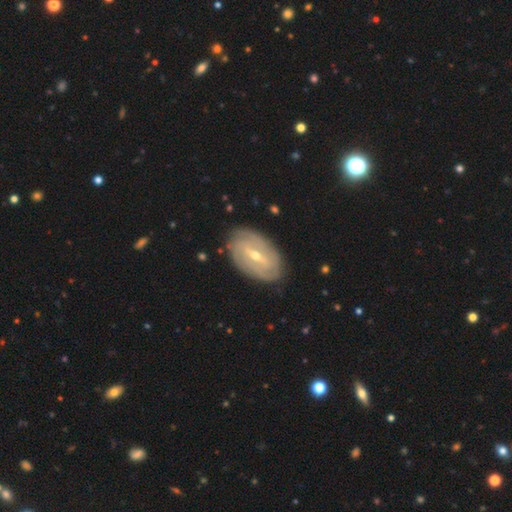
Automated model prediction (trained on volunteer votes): smooth-or-featured: featured or disk: 80% | smooth: 14% | star or artifact: 6%
  disk-edge-on: no: 93% | yes: 7%
    bar: strong: 46% | weak: 41% | no: 13%
    has-spiral-arms: yes: 84% | no: 16%
      spiral-winding: tight: 68% | medium: 23% | loose: 9%
      spiral-arm-count: can't tell: 38% | 2: 36% | 3: 11% | 4: 8% | more than 4: 4% | 1: 4%
    bulge-size: small: 55% | moderate: 43% | large: 1% | none: 1% | dominant: 1%
  merging: none: 84% | minor disturbance: 12% | major disturbance: 3% | merger: 1%